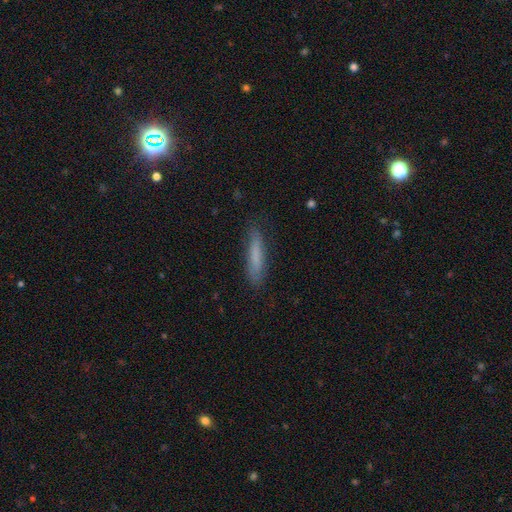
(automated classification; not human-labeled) Overall: smooth (73%). How rounded: cigar-shaped (86%). Merging: none (82%).